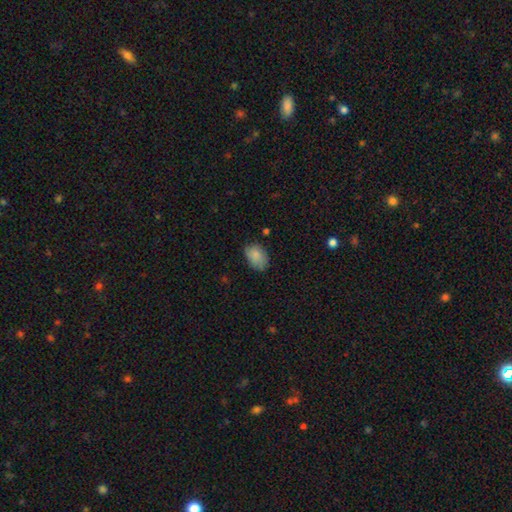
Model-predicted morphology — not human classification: smooth-or-featured: smooth: 86% | star or artifact: 7% | featured or disk: 7%
  how-rounded: in between: 82% | round: 17% | cigar-shaped: 1%
  merging: none: 71% | minor disturbance: 23% | major disturbance: 4% | merger: 2%